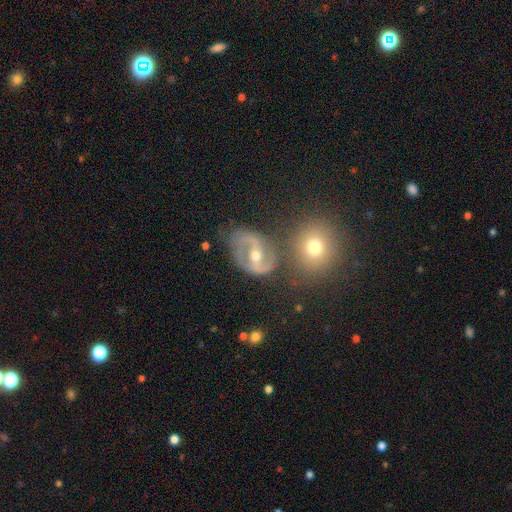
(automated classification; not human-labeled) smooth_or_featured: featured or disk (p=0.79) [alt: smooth p=0.12]
disk_edge_on: no (p=0.96) [alt: yes p=0.04]
bar: weak (p=0.39) [alt: strong p=0.38]
has_spiral_arms: yes (p=0.85) [alt: no p=0.15]
spiral_winding: medium (p=0.52) [alt: loose p=0.27]
spiral_arm_count: 2 (p=0.86) [alt: can't tell p=0.05]
bulge_size: moderate (p=0.62) [alt: small p=0.34]
merging: none (p=0.62) [alt: minor disturbance p=0.18]